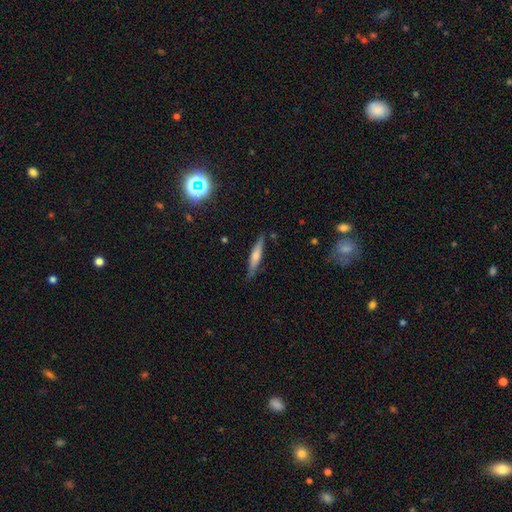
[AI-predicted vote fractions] Q: Smooth or featured?
A: featured or disk (47%); runner-up: smooth (43%)
Q: Merging?
A: none (85%); runner-up: minor disturbance (11%)